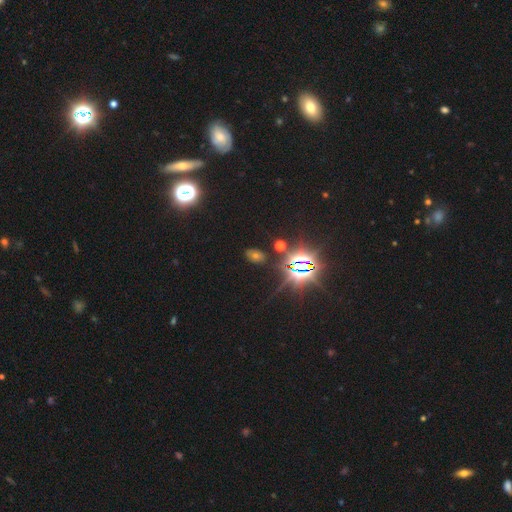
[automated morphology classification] Smooth or featured?
  - star or artifact: 60% *
  - smooth: 26%
  - featured or disk: 14%